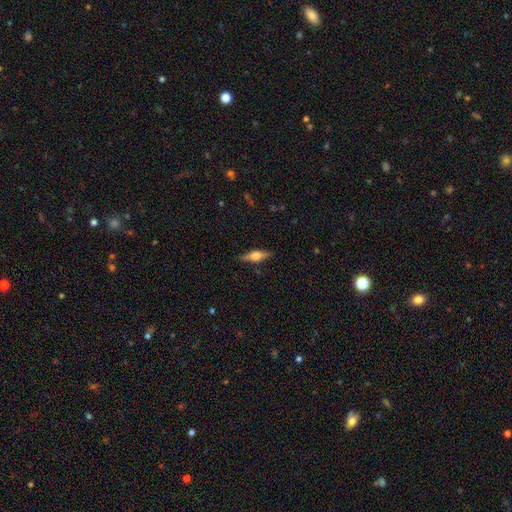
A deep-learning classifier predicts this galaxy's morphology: A featured or disk galaxy (61%) viewed edge-on (96%) with a rounded central bulge (84%). Merging: none (87%).